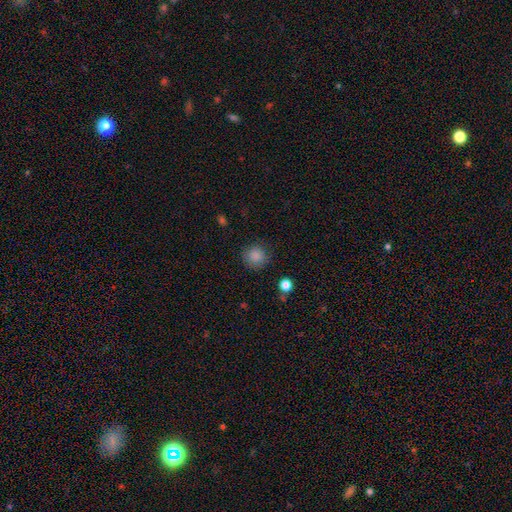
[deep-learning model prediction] Morphology: type=smooth (86%); roundness=round (91%); merging=none (85%).